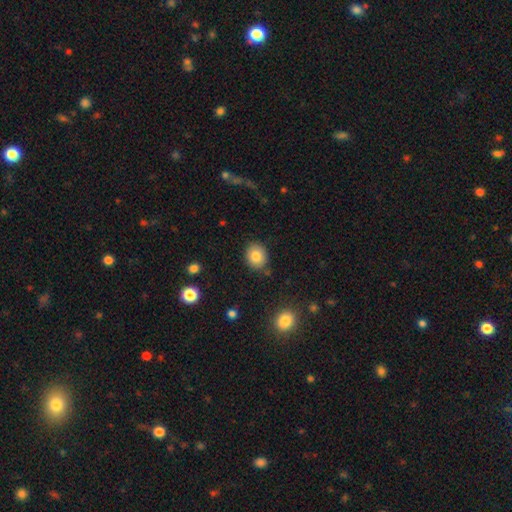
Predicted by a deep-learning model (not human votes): A smooth galaxy with no disk features (82%) that is round (63%).

Vote fractions:
- Smooth or featured? smooth: 82% / star or artifact: 9% / featured or disk: 8%
- How rounded? round: 63% / in between: 36% / cigar-shaped: 1%
- Merging? none: 86% / minor disturbance: 10% / major disturbance: 2% / merger: 2%